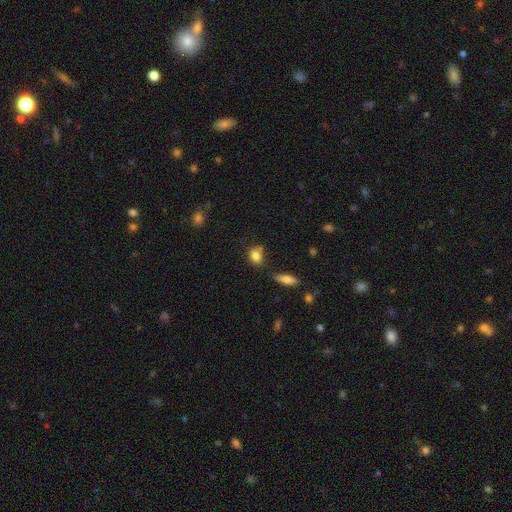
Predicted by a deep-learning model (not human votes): Smooth or featured: smooth — 82% (star or artifact — 9%)
How rounded: in between — 62% (round — 35%)
Merging: none — 59% (minor disturbance — 21%)